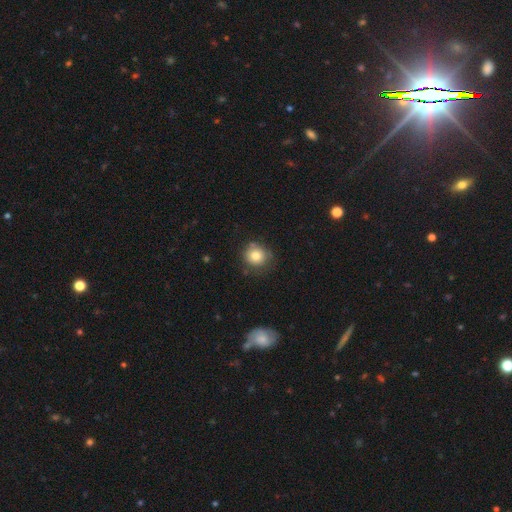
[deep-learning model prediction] Overall: smooth (80%). How rounded: round (89%). Merging: none (75%).